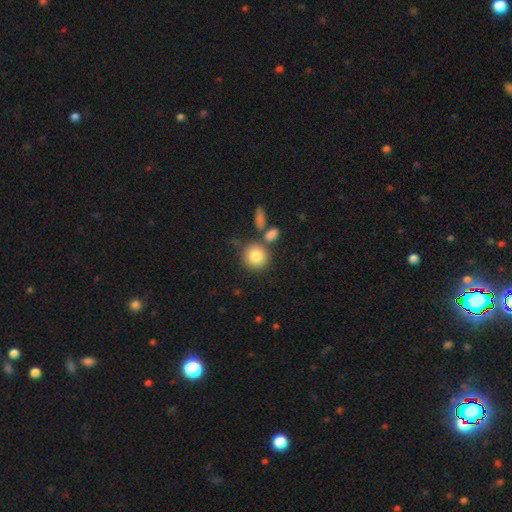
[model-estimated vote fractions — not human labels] A smooth galaxy with no disk features (83%) that is round (86%).

Vote fractions:
- Smooth or featured? smooth: 83% / featured or disk: 9% / star or artifact: 8%
- How rounded? round: 86% / in between: 13% / cigar-shaped: 1%
- Merging? none: 66% / merger: 19% / minor disturbance: 11% / major disturbance: 5%